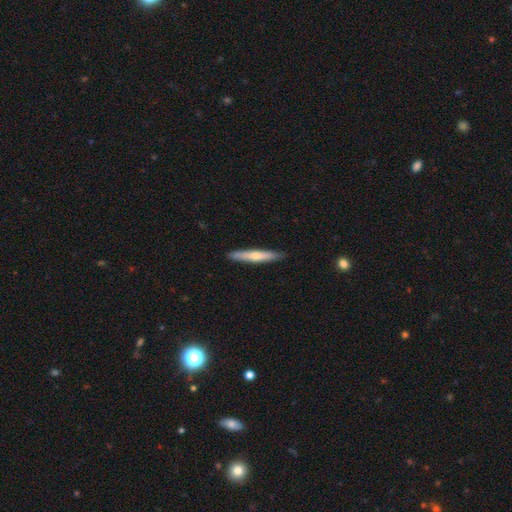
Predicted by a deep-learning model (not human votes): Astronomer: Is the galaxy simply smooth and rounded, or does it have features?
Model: featured or disk — 50% (runner-up: smooth, 44%).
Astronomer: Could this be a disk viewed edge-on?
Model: yes — 93%.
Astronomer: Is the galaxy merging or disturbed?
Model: none — 91%.